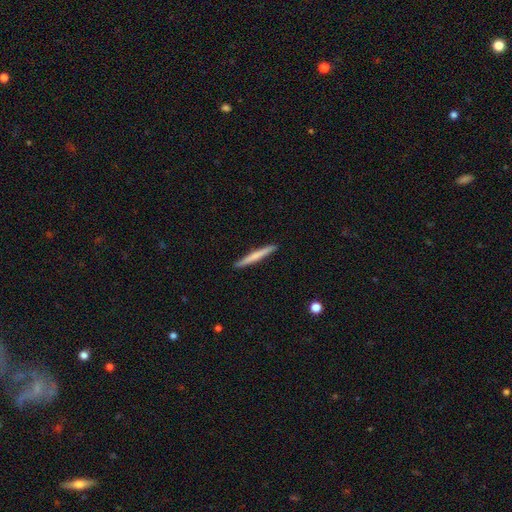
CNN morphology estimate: smooth_or_featured: smooth (p=0.62) [alt: featured or disk p=0.32]
how_rounded: cigar-shaped (p=0.97) [alt: in between p=0.02]
merging: none (p=0.92) [alt: minor disturbance p=0.05]